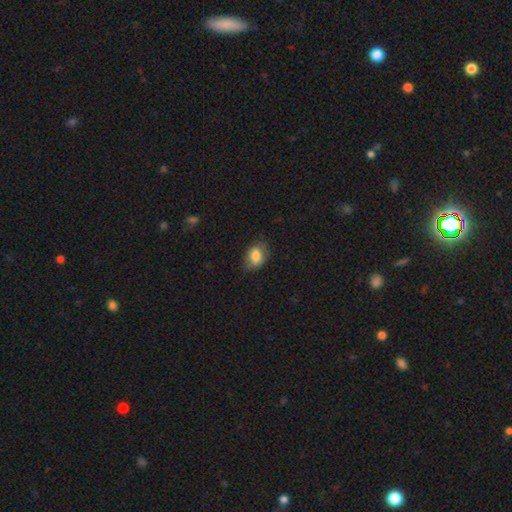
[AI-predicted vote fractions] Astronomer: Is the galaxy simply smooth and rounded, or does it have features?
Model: smooth — 79%.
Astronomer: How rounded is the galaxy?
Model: in between — 79%.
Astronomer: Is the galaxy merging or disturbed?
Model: none — 69%.